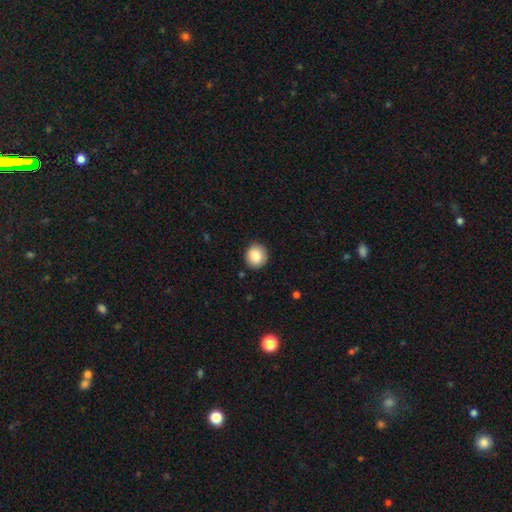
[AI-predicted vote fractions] Smooth or featured: smooth — 87% (star or artifact — 8%)
How rounded: round — 87% (in between — 12%)
Merging: none — 88% (minor disturbance — 9%)